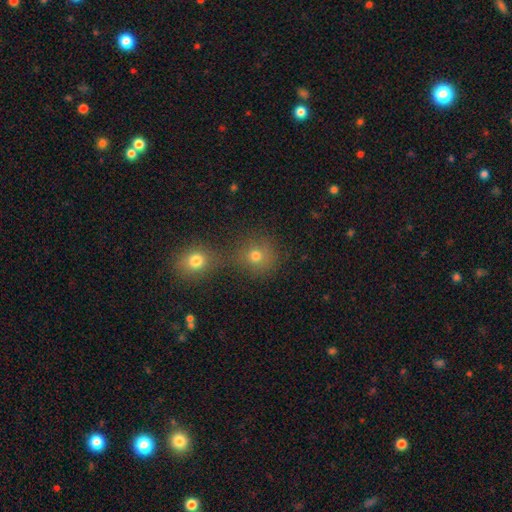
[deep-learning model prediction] This appears to be a smooth galaxy with no disk features (70%) that is round (88%). Merging: none (53%).